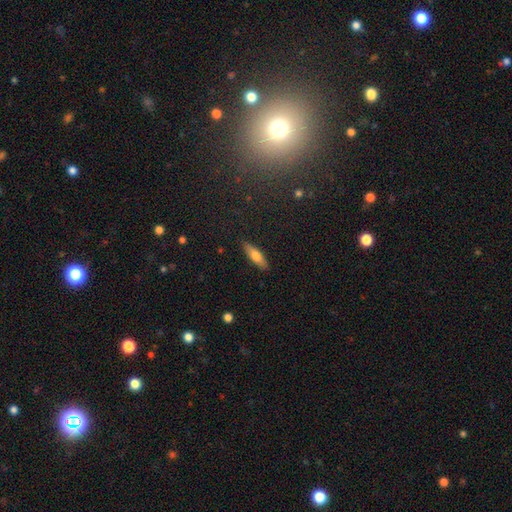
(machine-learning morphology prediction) smooth-or-featured: smooth: 67% | featured or disk: 27% | star or artifact: 6%
  how-rounded: cigar-shaped: 54% | in between: 44% | round: 2%
  merging: none: 88% | minor disturbance: 9% | major disturbance: 2% | merger: 1%